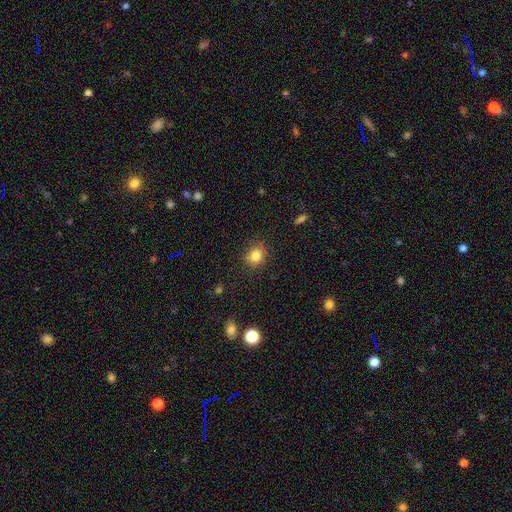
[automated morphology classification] Smooth or featured? Predicted: smooth (p=0.82). How rounded? Predicted: round (p=0.76). Merging? Predicted: none (p=0.80).